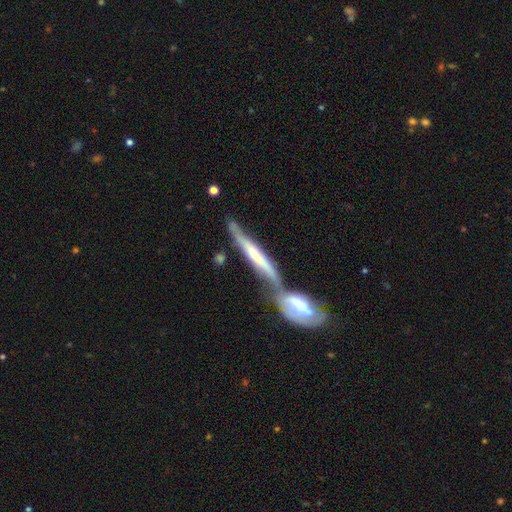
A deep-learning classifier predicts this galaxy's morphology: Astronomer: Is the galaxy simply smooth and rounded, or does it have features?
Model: featured or disk — 63%.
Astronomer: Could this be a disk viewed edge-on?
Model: yes — 74%.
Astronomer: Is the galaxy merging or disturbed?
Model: merger — 58%.